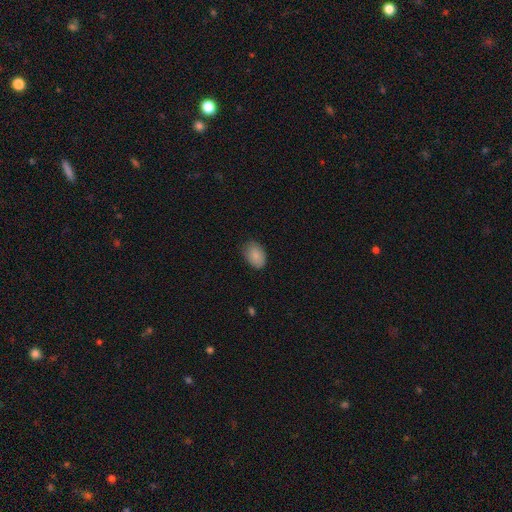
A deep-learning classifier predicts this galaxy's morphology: Smooth or featured? smooth (85%)
How rounded? in between (85%)
Merging? none (77%)